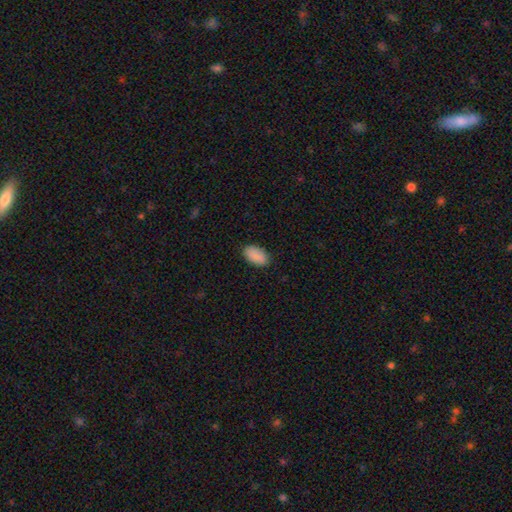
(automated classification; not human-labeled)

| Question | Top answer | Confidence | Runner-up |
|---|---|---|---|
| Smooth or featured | smooth | 90% | star or artifact (7%) |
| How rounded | in between | 94% | round (4%) |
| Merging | none | 87% | minor disturbance (10%) |